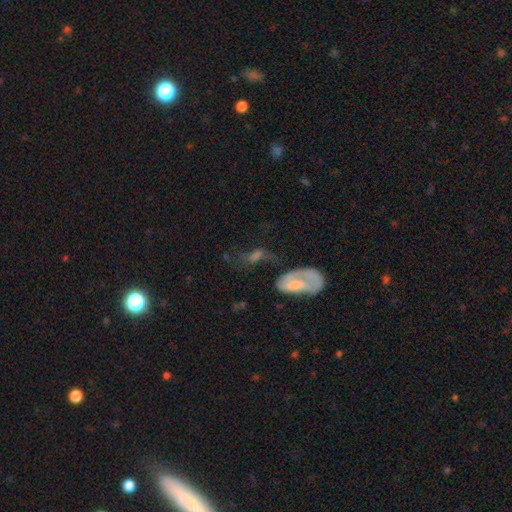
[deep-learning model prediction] Smooth or featured? Predicted: featured or disk (p=0.43). Merging? Predicted: none (p=0.39).